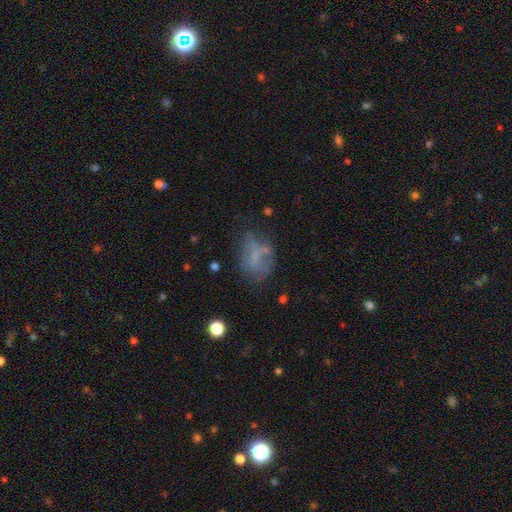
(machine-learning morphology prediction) smooth 50%, featured or disk 36%, star or artifact 15%. Down the decision tree: merging — none (44%).